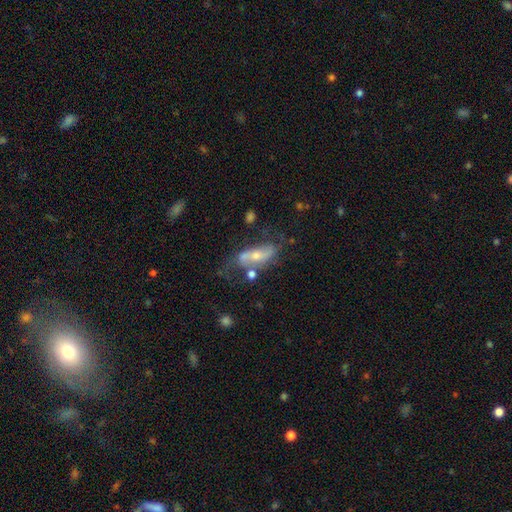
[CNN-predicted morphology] type=featured or disk (66%); edge-on=no (84%); bar=no (52%); spiral arms=yes (75%); bulge=moderate (49%); merging=none (46%).